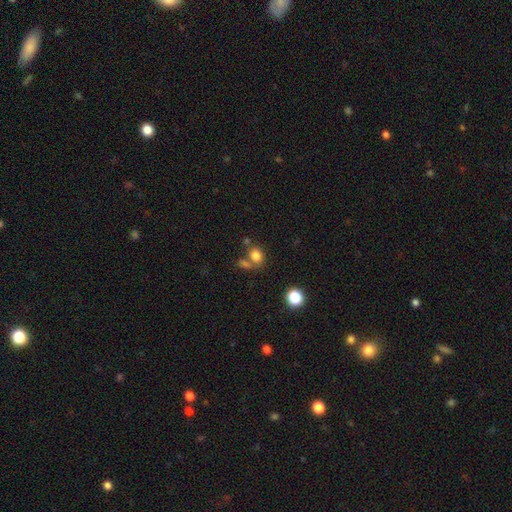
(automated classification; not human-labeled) This appears to be a smooth galaxy with no disk features (80%) that is round (50%). Merging: none (52%).